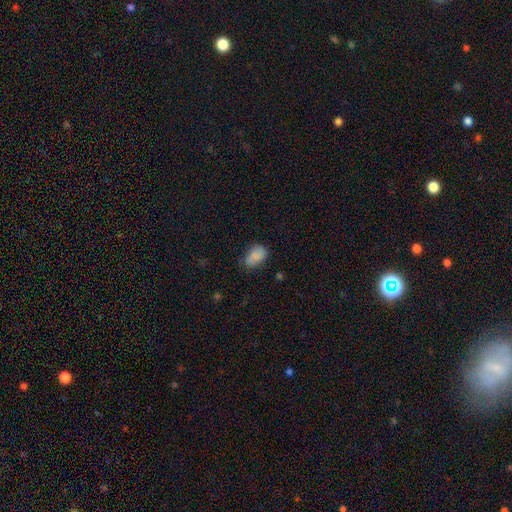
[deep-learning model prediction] Q: Smooth or featured?
A: smooth (84%); runner-up: star or artifact (8%)
Q: How rounded?
A: in between (85%); runner-up: round (13%)
Q: Merging?
A: none (60%); runner-up: minor disturbance (30%)